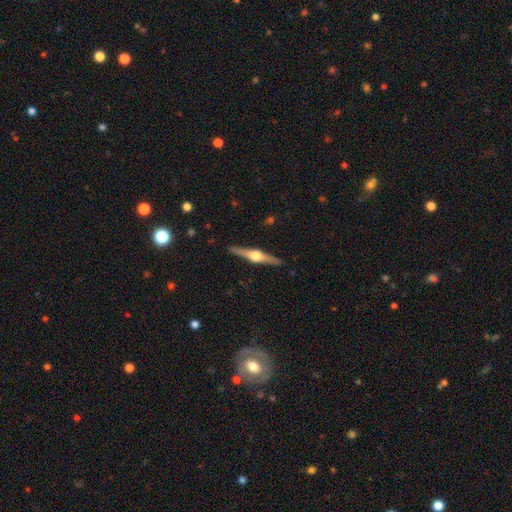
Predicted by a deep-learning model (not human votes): Smooth or featured: featured or disk — 82% (smooth — 14%)
Edge-on disk: yes — 98% (no — 2%)
Edge-on bulge: rounded — 95% (boxy — 4%)
Merging: none — 91% (minor disturbance — 6%)